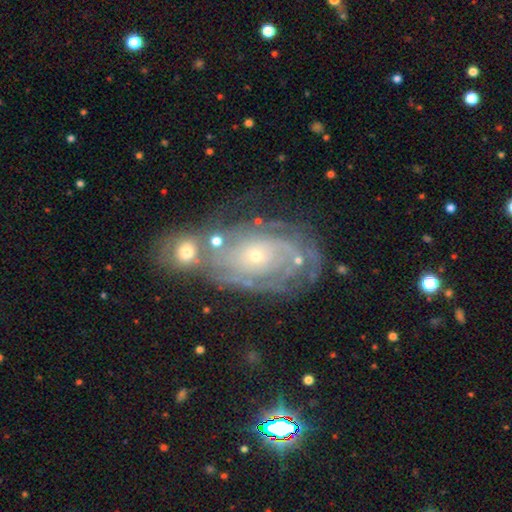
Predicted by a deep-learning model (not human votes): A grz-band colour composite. It shows a featured or disk galaxy (80%) with no bar (74%), tight (78%) spiral arms (94%) and a small central bulge (73%). Merging: none (63%).